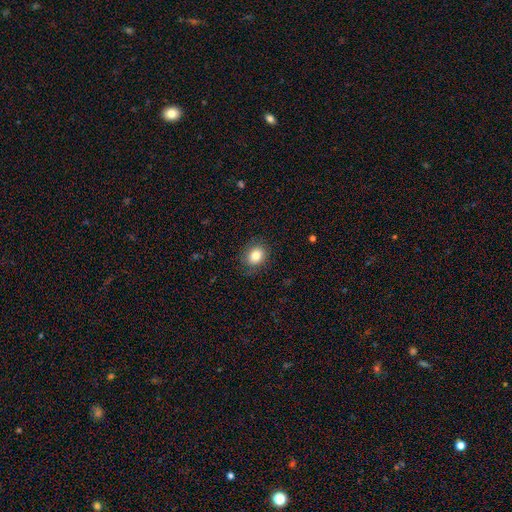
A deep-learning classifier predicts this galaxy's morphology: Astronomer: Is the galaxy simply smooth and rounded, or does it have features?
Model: smooth — 84%.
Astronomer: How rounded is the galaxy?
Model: round — 53% (runner-up: in between, 46%).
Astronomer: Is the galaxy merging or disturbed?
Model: none — 82%.